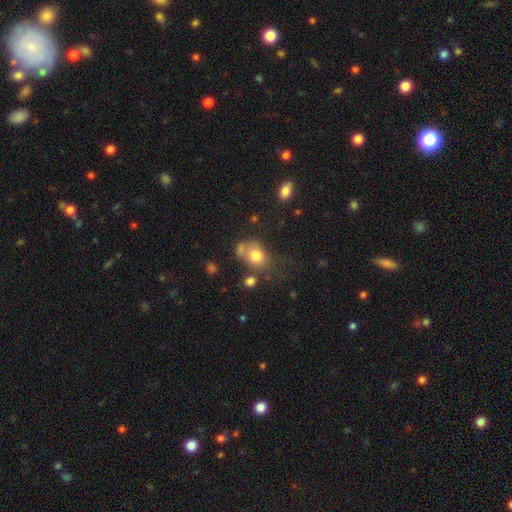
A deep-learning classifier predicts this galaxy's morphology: Smooth or featured? Predicted: smooth (p=0.77). How rounded? Predicted: in between (p=0.52). Merging? Predicted: none (p=0.43).